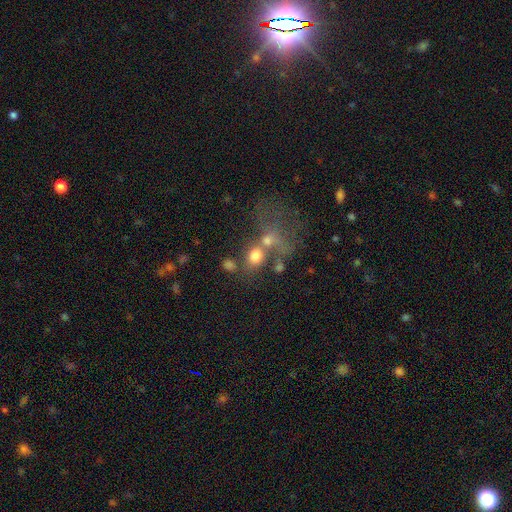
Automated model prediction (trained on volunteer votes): Smooth or featured?
  - smooth: 69% *
  - featured or disk: 16%
  - star or artifact: 15%
How rounded?
  - round: 54% *
  - in between: 44%
  - cigar-shaped: 2%
Merging?
  - merger: 45% *
  - none: 33%
  - major disturbance: 13%
  - minor disturbance: 10%